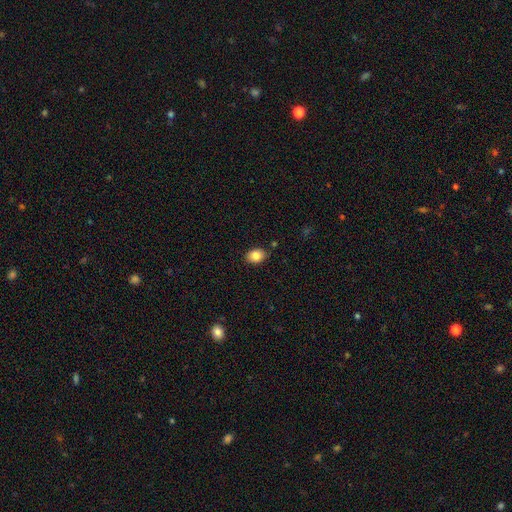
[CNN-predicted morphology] Smooth or featured?
  - smooth: 84% *
  - star or artifact: 9%
  - featured or disk: 8%
How rounded?
  - in between: 72% *
  - round: 27%
  - cigar-shaped: 1%
Merging?
  - none: 84% *
  - minor disturbance: 12%
  - major disturbance: 2%
  - merger: 2%